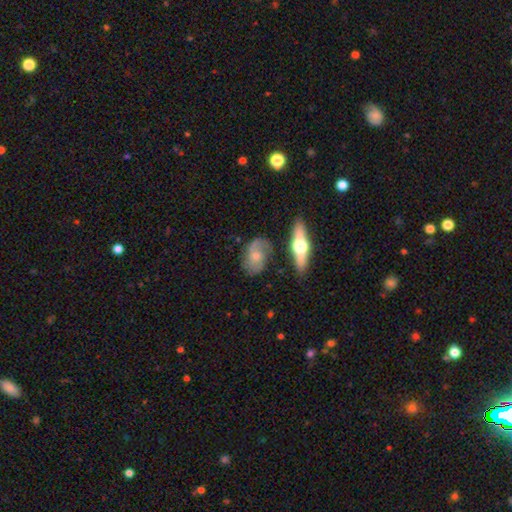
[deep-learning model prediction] featured or disk 67%, smooth 26%, star or artifact 7%. Down the decision tree: edge-on disk — no (88%); bar — no (73%); spiral arms — yes (84%); bulge size — moderate (49%); merging — none (68%).